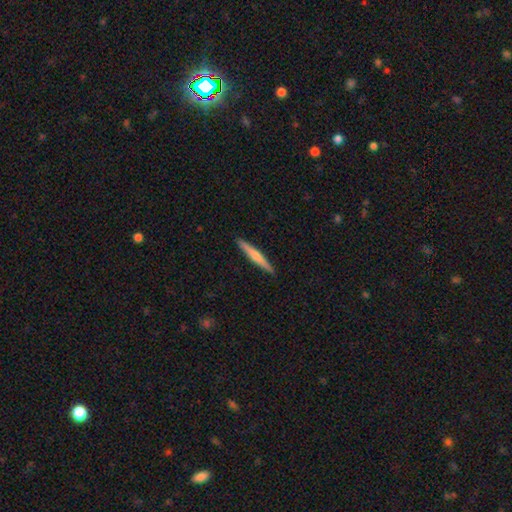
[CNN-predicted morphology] smooth 52%, featured or disk 43%, star or artifact 5%. Down the decision tree: how rounded — cigar-shaped (95%); merging — none (92%).